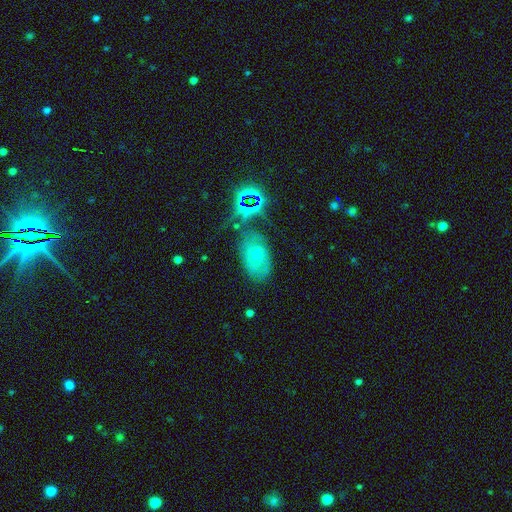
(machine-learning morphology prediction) The model was most divided on "smooth or featured": smooth: 37%, featured or disk: 36%, star or artifact: 27%. More confident: merging — none (59%).